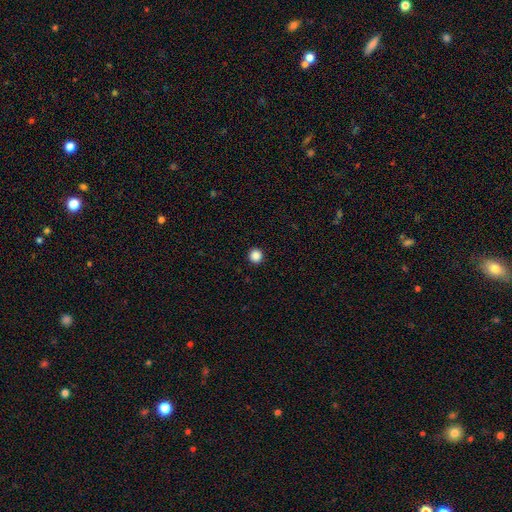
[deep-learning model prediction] Q: Smooth or featured?
A: smooth (87%); runner-up: star or artifact (10%)
Q: How rounded?
A: round (96%); runner-up: in between (3%)
Q: Merging?
A: none (94%); runner-up: minor disturbance (4%)